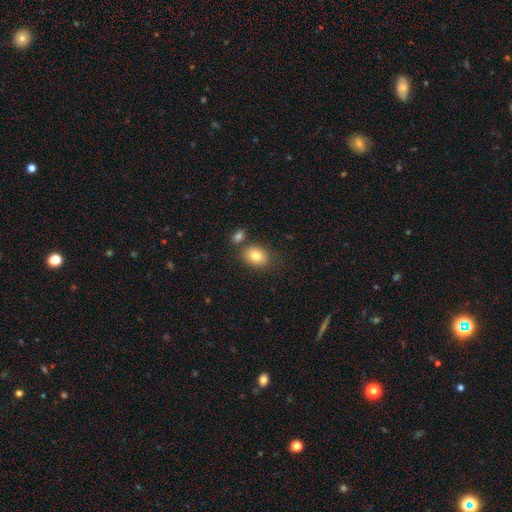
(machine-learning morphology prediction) smooth-or-featured: smooth: 82% | featured or disk: 10% | star or artifact: 9%
  how-rounded: in between: 69% | round: 30% | cigar-shaped: 1%
  merging: none: 69% | merger: 15% | minor disturbance: 13% | major disturbance: 4%